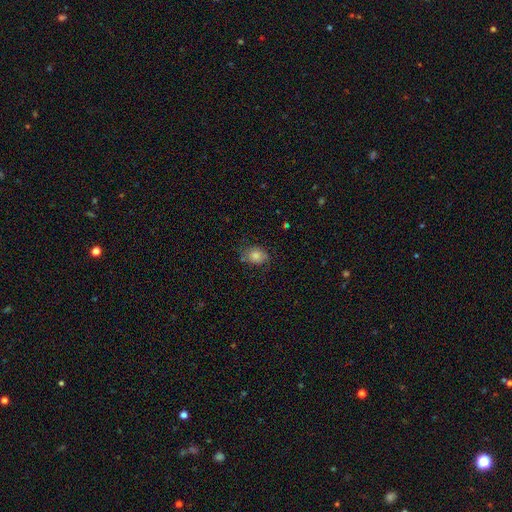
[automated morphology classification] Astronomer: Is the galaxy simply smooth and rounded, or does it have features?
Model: smooth — 71%.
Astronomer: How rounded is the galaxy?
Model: in between — 61% (runner-up: round, 37%).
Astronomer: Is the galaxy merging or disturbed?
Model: none — 68%.